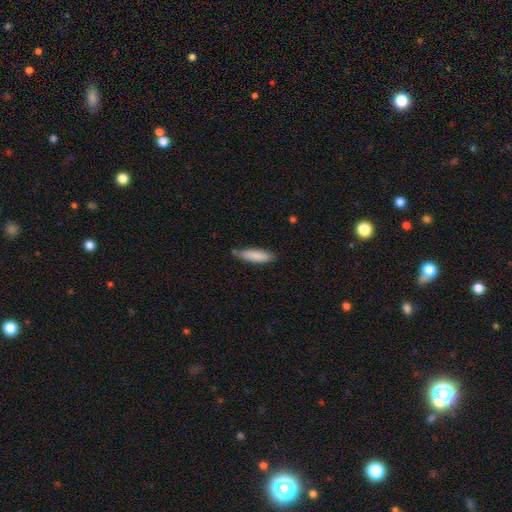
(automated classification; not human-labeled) Smooth or featured? smooth (85%)
How rounded? cigar-shaped (61%)
Merging? none (71%)